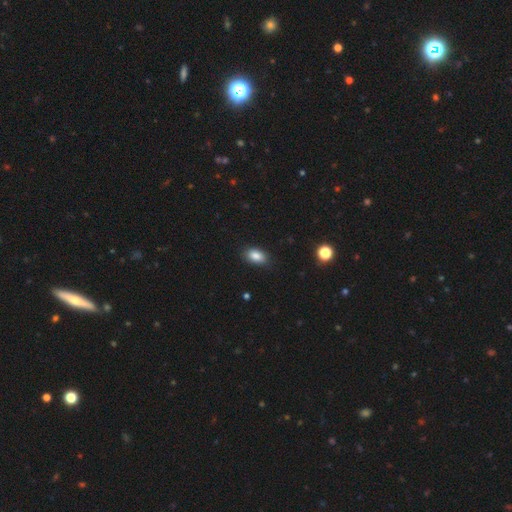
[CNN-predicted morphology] Overall: smooth (86%). How rounded: in between (90%). Merging: none (86%).